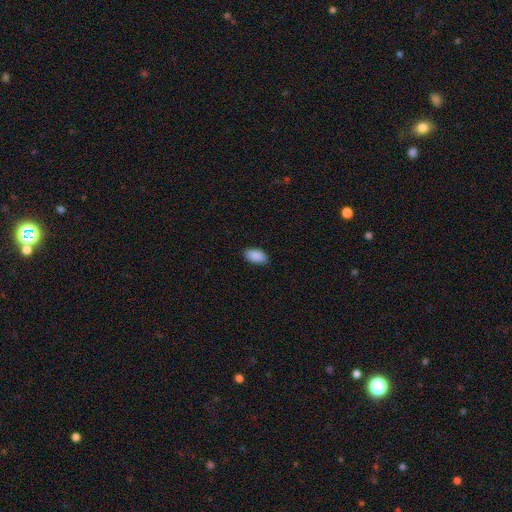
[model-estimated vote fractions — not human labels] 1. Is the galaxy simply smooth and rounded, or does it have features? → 90% smooth, 7% star or artifact, 3% featured or disk.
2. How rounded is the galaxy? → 94% in between, 4% round, 2% cigar-shaped.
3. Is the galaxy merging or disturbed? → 88% none, 9% minor disturbance, 2% major disturbance, 1% merger.